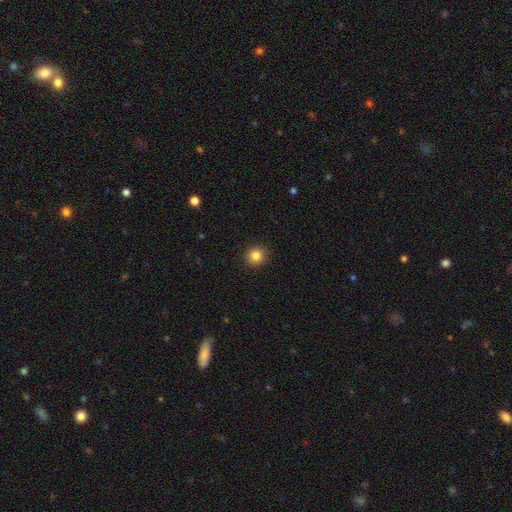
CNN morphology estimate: Q: Smooth or featured?
A: smooth (84%); runner-up: star or artifact (11%)
Q: How rounded?
A: round (90%); runner-up: in between (9%)
Q: Merging?
A: none (92%); runner-up: minor disturbance (5%)